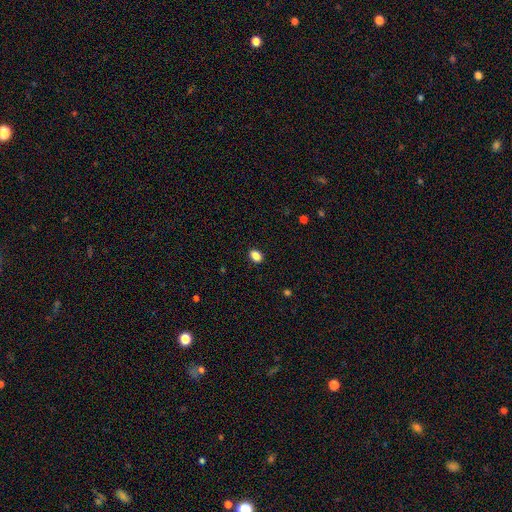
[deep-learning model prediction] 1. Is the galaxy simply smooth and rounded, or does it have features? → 87% smooth, 9% star or artifact, 4% featured or disk.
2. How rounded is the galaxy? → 78% in between, 21% round, 1% cigar-shaped.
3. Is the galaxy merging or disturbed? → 90% none, 7% minor disturbance, 2% major disturbance, 1% merger.